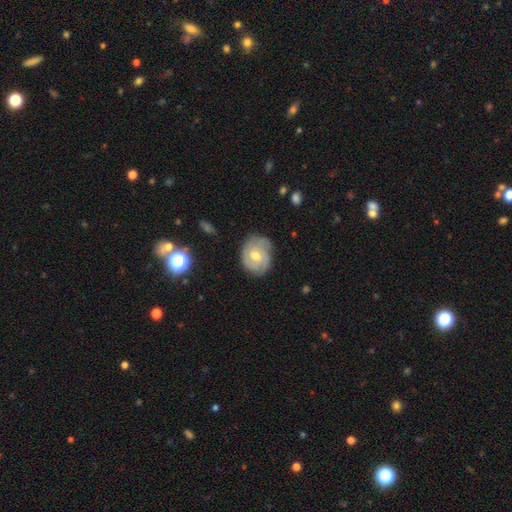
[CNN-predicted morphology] A featured or disk galaxy (64%) with no bar (69%), tight (61%) spiral arms (85%) and a moderate central bulge (64%).

Vote fractions:
- Smooth or featured? featured or disk: 64% / smooth: 28% / star or artifact: 8%
- Edge-on disk? no: 97% / yes: 3%
- Bar? no: 69% / weak: 27% / strong: 4%
- Spiral arms? yes: 85% / no: 15%
- Spiral winding? tight: 61% / medium: 30% / loose: 9%
- Spiral arm count? can't tell: 36% / 3: 25% / 2: 25% / 4: 6% / 1: 4% / more than 4: 4%
- Bulge size? moderate: 64% / small: 32% / large: 2% / none: 1% / dominant: 1%
- Merging? none: 72% / minor disturbance: 21% / major disturbance: 5% / merger: 1%